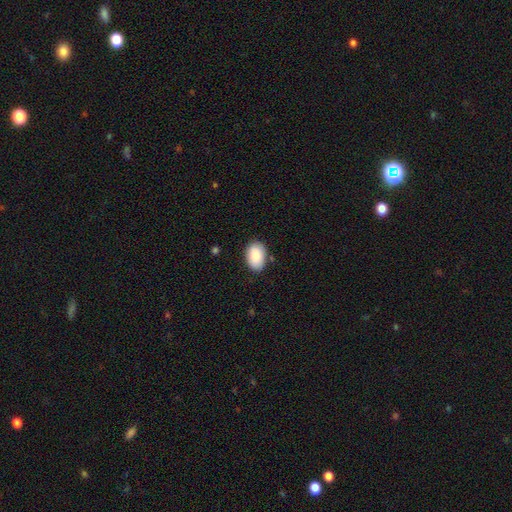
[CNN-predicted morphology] Smooth or featured: smooth — 87% (star or artifact — 6%)
How rounded: in between — 89% (round — 10%)
Merging: none — 81% (minor disturbance — 14%)